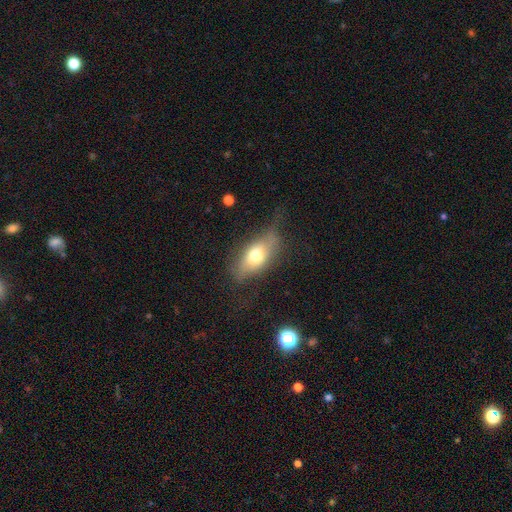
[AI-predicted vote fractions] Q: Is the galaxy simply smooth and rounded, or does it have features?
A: smooth — 61%.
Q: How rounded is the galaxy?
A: in between — 81%.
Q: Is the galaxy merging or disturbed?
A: none — 56%.